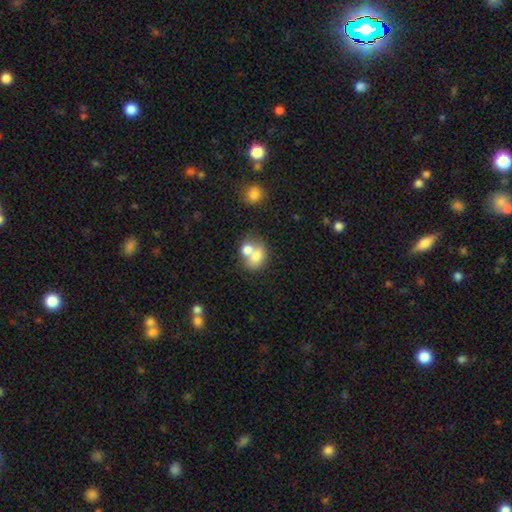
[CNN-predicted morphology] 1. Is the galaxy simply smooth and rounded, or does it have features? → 73% smooth, 18% featured or disk, 9% star or artifact.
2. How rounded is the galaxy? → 53% in between, 46% round, 1% cigar-shaped.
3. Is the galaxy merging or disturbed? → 61% merger, 26% none, 8% minor disturbance, 4% major disturbance.